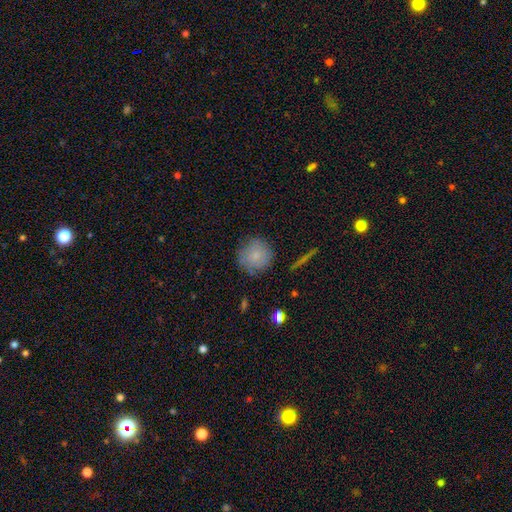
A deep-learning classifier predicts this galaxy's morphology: This appears to be a smooth galaxy with no disk features (73%) that is round (93%). Merging: none (78%).